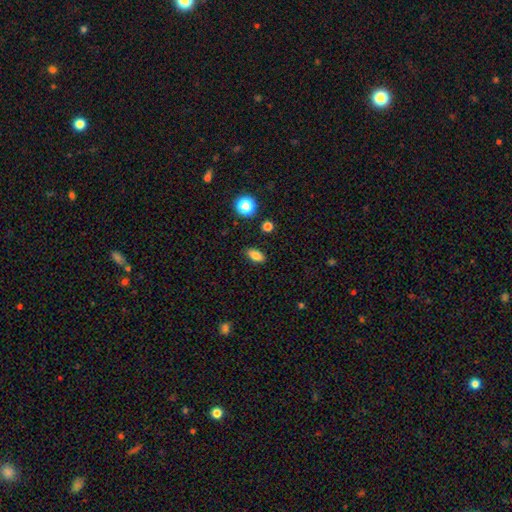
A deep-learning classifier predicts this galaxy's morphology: smooth-or-featured: smooth: 80% | star or artifact: 10% | featured or disk: 10%
  how-rounded: in between: 85% | round: 8% | cigar-shaped: 6%
  merging: none: 87% | minor disturbance: 9% | major disturbance: 2% | merger: 2%